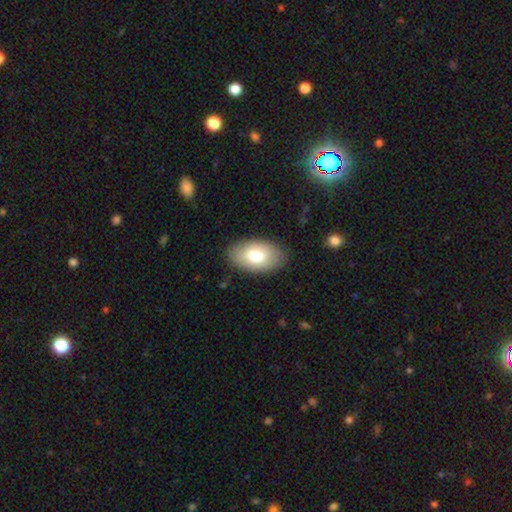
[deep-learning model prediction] smooth_or_featured: smooth (p=0.74) [alt: featured or disk p=0.19]
how_rounded: in between (p=0.93) [alt: round p=0.06]
merging: none (p=0.86) [alt: minor disturbance p=0.11]